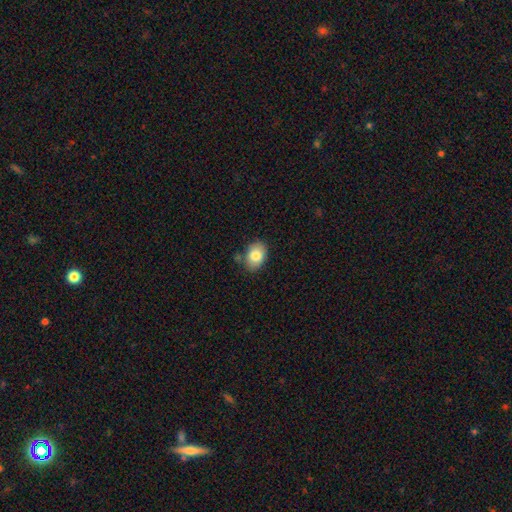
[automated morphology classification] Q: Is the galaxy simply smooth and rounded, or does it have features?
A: smooth — 82%.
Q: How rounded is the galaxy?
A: in between — 73%.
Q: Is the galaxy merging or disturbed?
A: none — 74%.